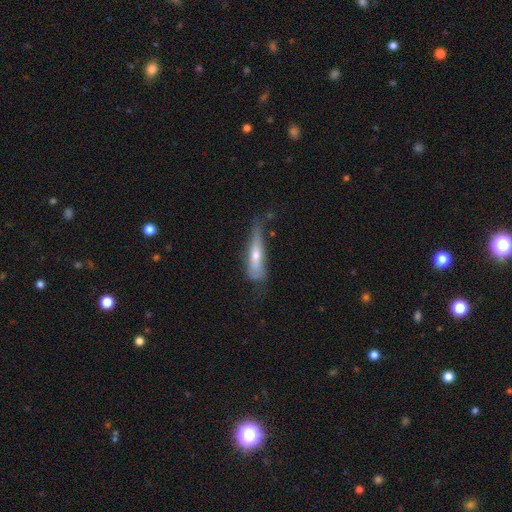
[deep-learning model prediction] The model was most divided on "merging": none: 42%, minor disturbance: 36%, major disturbance: 19%, merger: 4%. More confident: how rounded — cigar-shaped (73%); smooth or featured — smooth (53%).